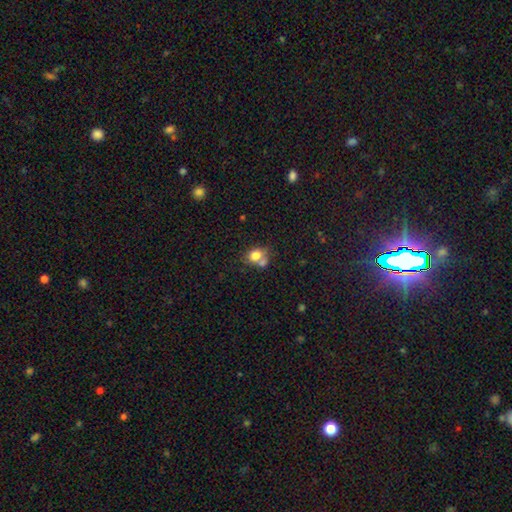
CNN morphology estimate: A smooth galaxy with no disk features (76%) that is round (53%). Merging: merger (41%).